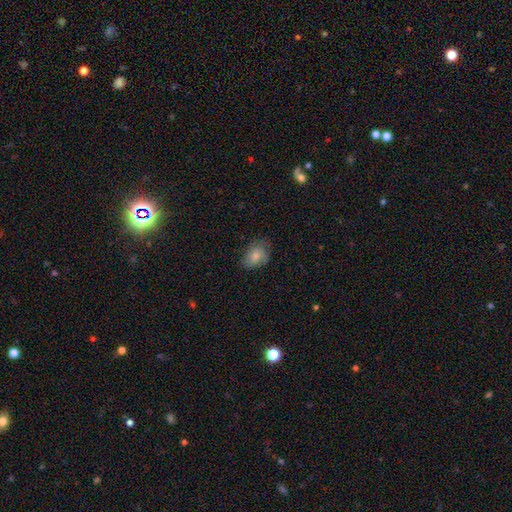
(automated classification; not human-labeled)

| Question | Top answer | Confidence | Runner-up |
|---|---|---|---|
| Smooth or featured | smooth | 62% | featured or disk (30%) |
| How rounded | in between | 72% | round (27%) |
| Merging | none | 62% | minor disturbance (27%) |